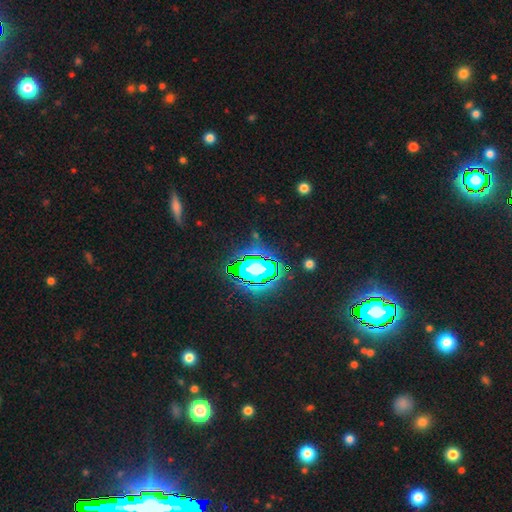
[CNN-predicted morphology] The model was most divided on "smooth or featured": star or artifact: 80%, smooth: 12%, featured or disk: 8%.